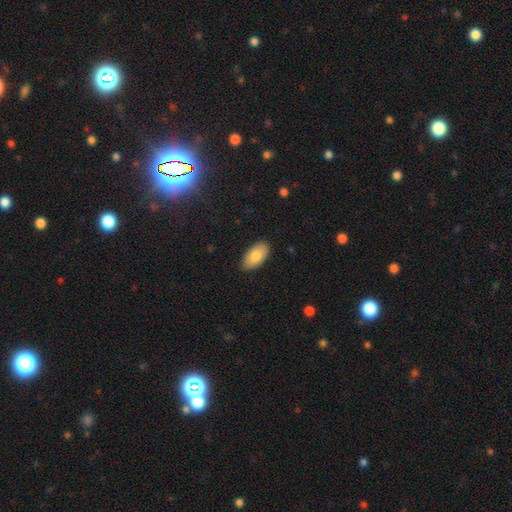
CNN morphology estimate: type=smooth (83%); roundness=in between (95%); merging=none (86%).